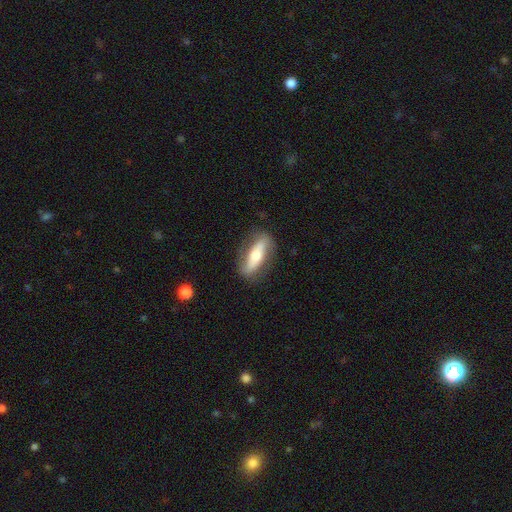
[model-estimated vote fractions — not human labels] Smooth or featured? featured or disk (50%)
Edge-on disk? yes (51%)
Merging? none (81%)